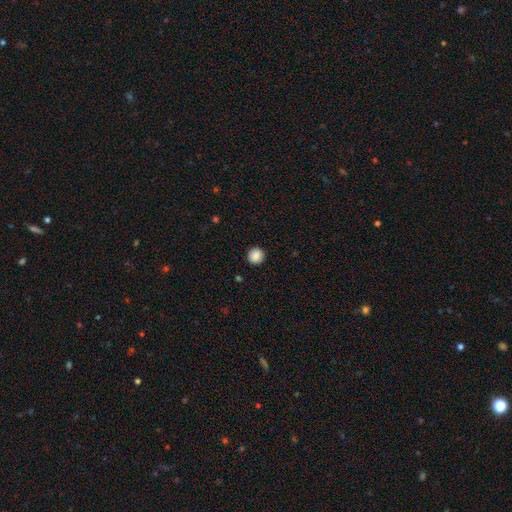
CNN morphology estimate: The model was most divided on "smooth or featured": smooth: 89%, star or artifact: 8%, featured or disk: 3%. More confident: how rounded — round (93%); merging — none (92%).